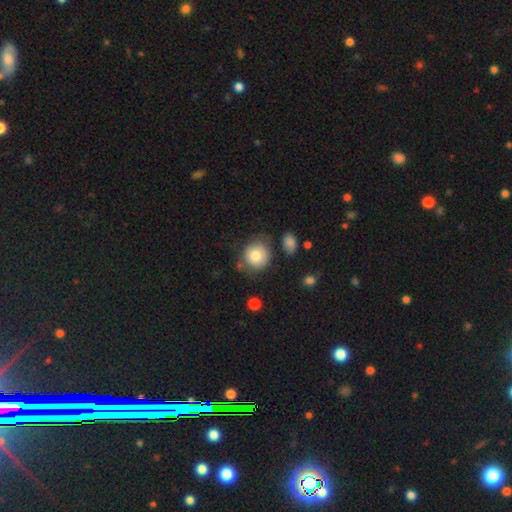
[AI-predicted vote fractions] Q: Smooth or featured?
A: smooth (80%); runner-up: featured or disk (11%)
Q: How rounded?
A: round (85%); runner-up: in between (14%)
Q: Merging?
A: none (66%); runner-up: minor disturbance (20%)